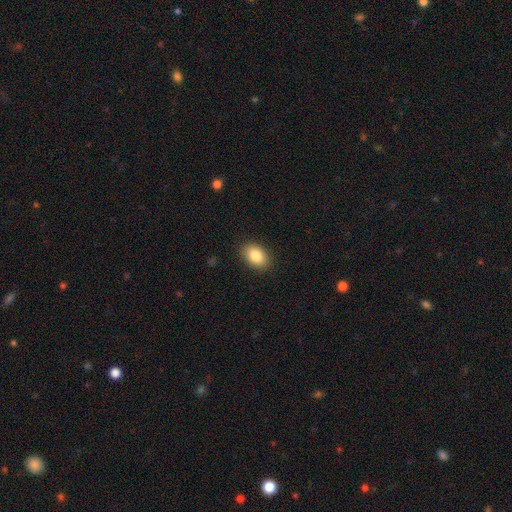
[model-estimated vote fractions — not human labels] A smooth galaxy with no disk features (86%) that is in between round and cigar-shaped (85%). Merging: none (88%).